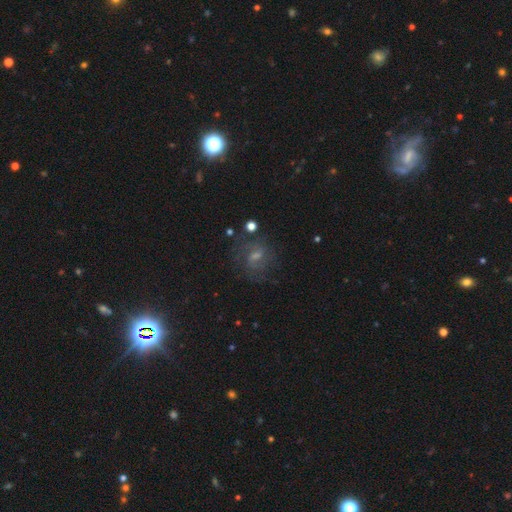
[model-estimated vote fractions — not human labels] smooth_or_featured: featured or disk (p=0.50) [alt: star or artifact p=0.28]
disk_edge_on: no (p=0.93) [alt: yes p=0.07]
merging: none (p=0.72) [alt: minor disturbance p=0.15]